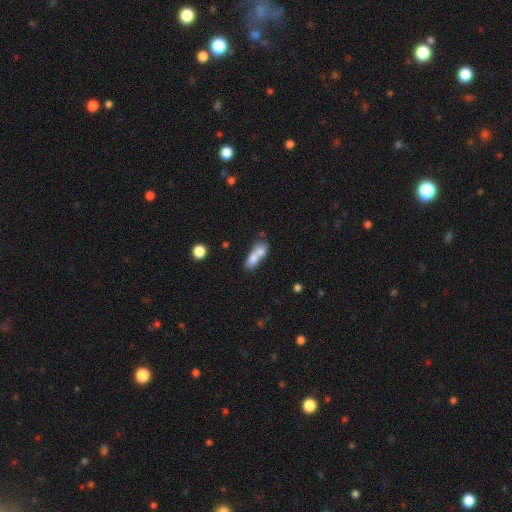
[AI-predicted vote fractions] Smooth or featured?
  - smooth: 70% *
  - featured or disk: 21%
  - star or artifact: 9%
How rounded?
  - in between: 64% *
  - cigar-shaped: 22%
  - round: 14%
Merging?
  - merger: 67% *
  - none: 20%
  - minor disturbance: 8%
  - major disturbance: 5%